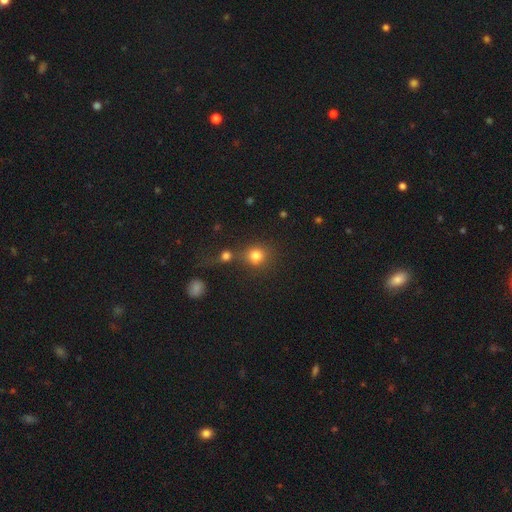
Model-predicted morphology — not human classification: This is likely a smooth galaxy (79%). How rounded: clearly round (86%). Merging: likely none (60%).